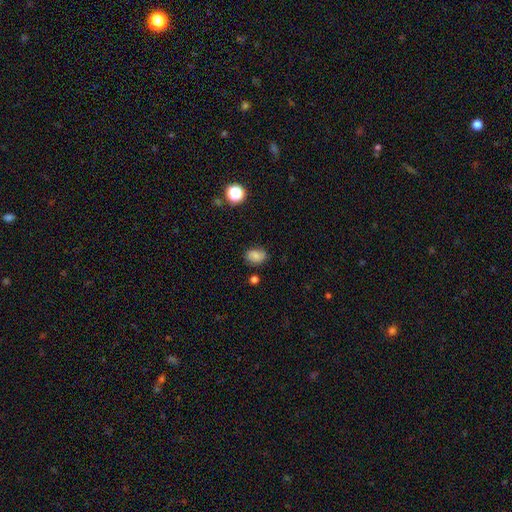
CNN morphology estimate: Smooth or featured? Predicted: smooth (p=0.72). How rounded? Predicted: in between (p=0.63). Merging? Predicted: none (p=0.73).